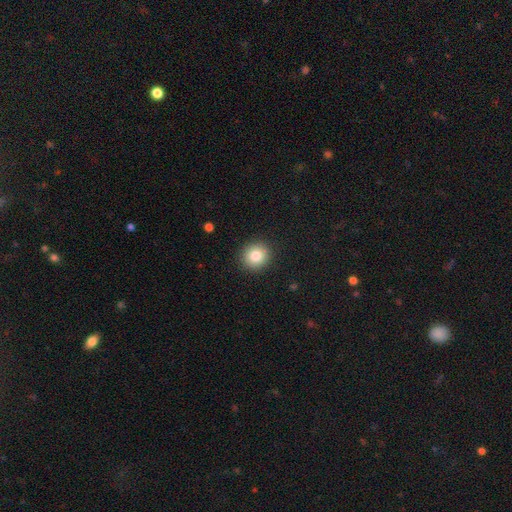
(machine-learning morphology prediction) smooth 85%, star or artifact 9%, featured or disk 6%. Down the decision tree: how rounded — round (85%); merging — none (90%).